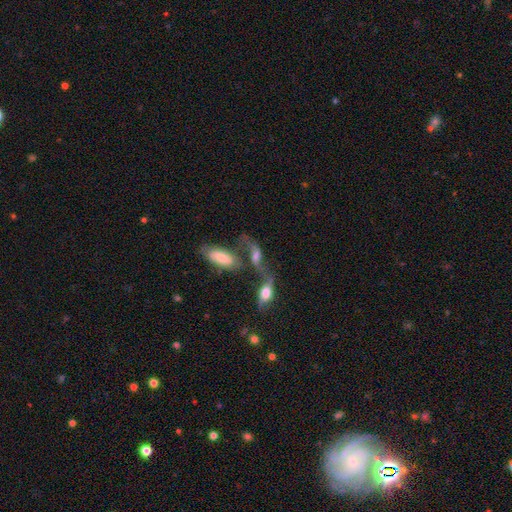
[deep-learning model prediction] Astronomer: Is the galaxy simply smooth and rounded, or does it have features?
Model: featured or disk — 50% (runner-up: smooth, 36%).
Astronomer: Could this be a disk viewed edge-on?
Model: no — 71%.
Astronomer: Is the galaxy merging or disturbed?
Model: merger — 49% (runner-up: none, 27%).